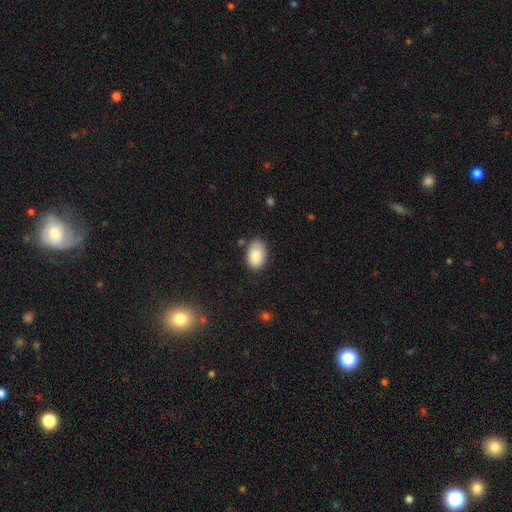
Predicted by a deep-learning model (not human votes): Q: Smooth or featured?
A: smooth (88%); runner-up: star or artifact (7%)
Q: How rounded?
A: in between (91%); runner-up: round (8%)
Q: Merging?
A: none (79%); runner-up: minor disturbance (16%)